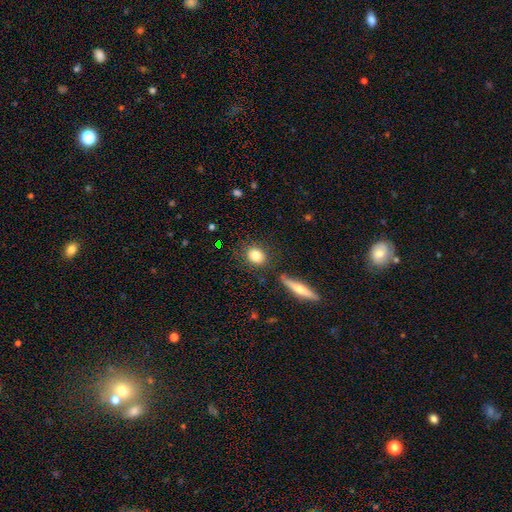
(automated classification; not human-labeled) smooth_or_featured: smooth (p=0.81) [alt: featured or disk p=0.10]
how_rounded: round (p=0.66) [alt: in between p=0.31]
merging: none (p=0.81) [alt: minor disturbance p=0.10]